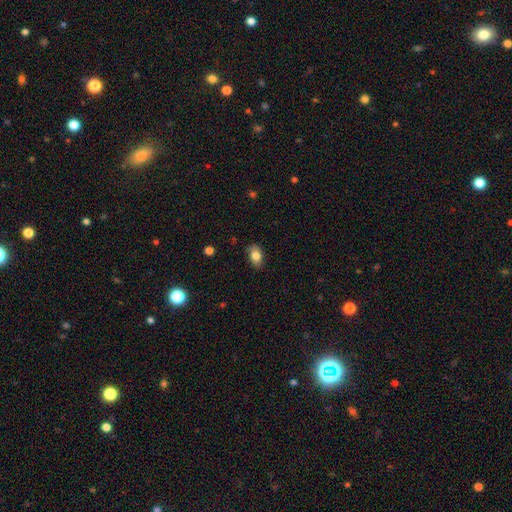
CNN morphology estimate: smooth_or_featured: smooth (p=0.82) [alt: featured or disk p=0.09]
how_rounded: in between (p=0.85) [alt: round p=0.13]
merging: none (p=0.82) [alt: minor disturbance p=0.14]